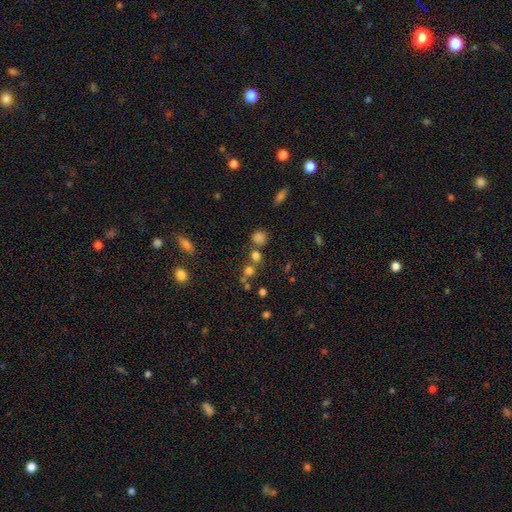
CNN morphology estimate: This is likely a smooth galaxy (66%). How rounded: clearly round (83%). Merging: likely none (62%).